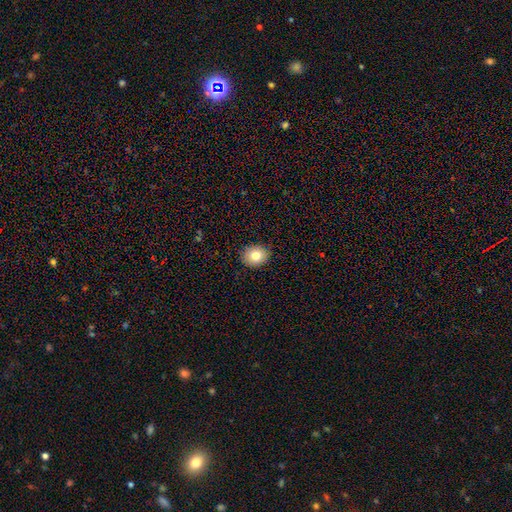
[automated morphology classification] Smooth or featured: smooth — 79% (featured or disk — 11%)
How rounded: round — 52% (in between — 47%)
Merging: none — 88% (minor disturbance — 9%)